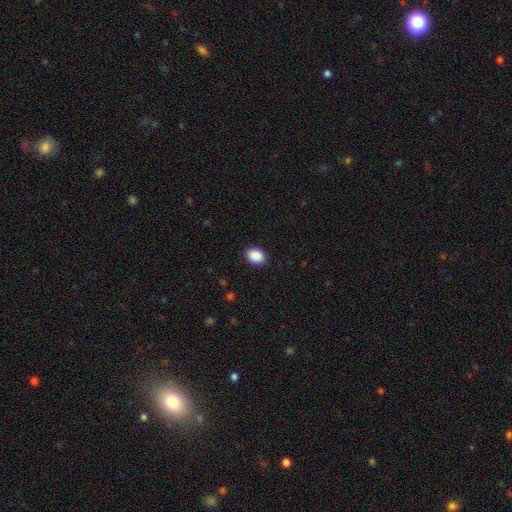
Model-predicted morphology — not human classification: Smooth or featured? Predicted: smooth (p=0.90). How rounded? Predicted: in between (p=0.64). Merging? Predicted: none (p=0.90).